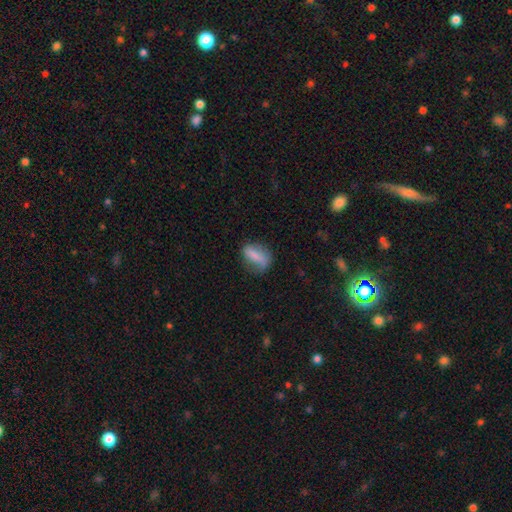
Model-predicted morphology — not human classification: The model was most divided on "merging": none: 53%, minor disturbance: 29%, major disturbance: 15%, merger: 2%. More confident: how rounded — in between (75%); smooth or featured — smooth (70%).